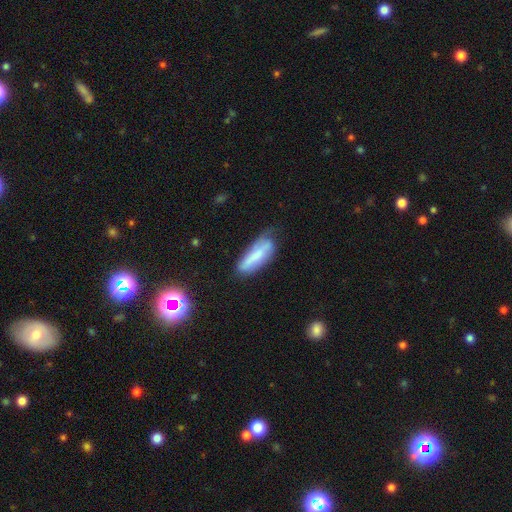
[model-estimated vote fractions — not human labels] The model was most divided on "how rounded": in between: 50%, cigar-shaped: 48%, round: 2%. More confident: smooth or featured — smooth (60%); merging — none (53%).